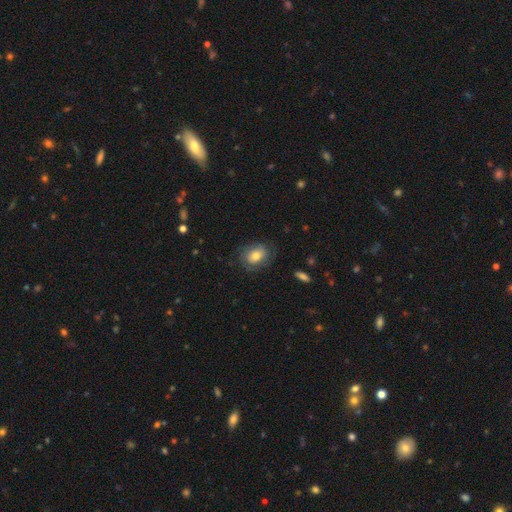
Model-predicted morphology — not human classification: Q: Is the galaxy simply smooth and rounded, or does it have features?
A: smooth — 50%.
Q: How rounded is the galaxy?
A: in between — 59%.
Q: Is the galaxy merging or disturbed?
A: none — 71%.